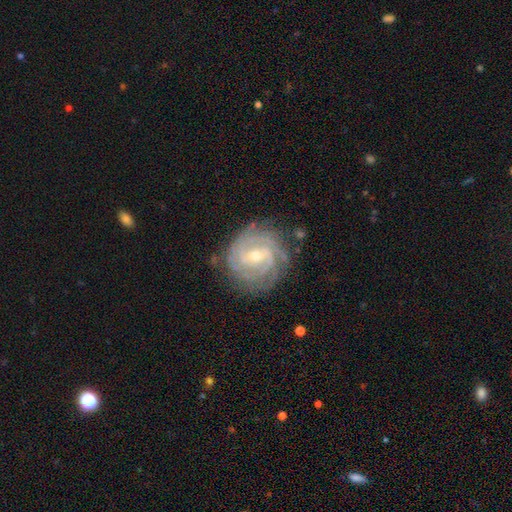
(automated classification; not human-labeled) Overall: featured or disk (89%). Edge-on disk: no (98%). Bar: weak (51%; no 30%). Spiral arms: yes (98%). Spiral arm count: 3 (25%; 4 24%). Spiral winding: tight (77%). Bulge size: small (61%; moderate 36%). Merging: none (79%).